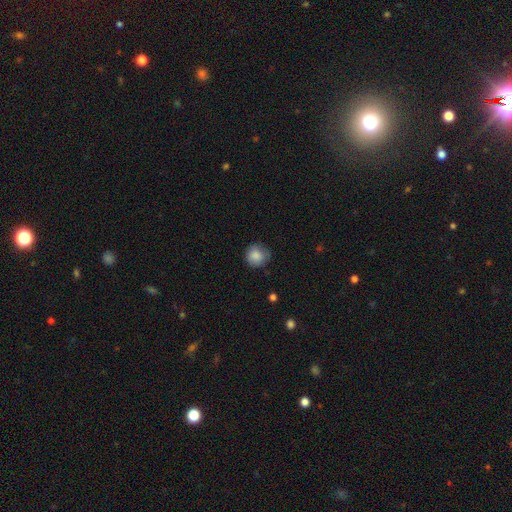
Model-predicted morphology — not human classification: This is clearly a smooth galaxy (85%). How rounded: clearly round (91%). Merging: likely none (76%).